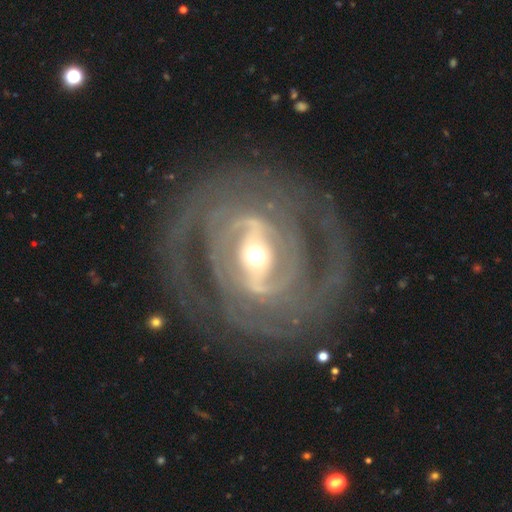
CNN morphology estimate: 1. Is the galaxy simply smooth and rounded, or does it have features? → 91% featured or disk, 4% star or artifact, 4% smooth.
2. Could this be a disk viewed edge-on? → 96% no, 4% yes.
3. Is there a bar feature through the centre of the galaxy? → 58% strong, 28% weak, 15% no.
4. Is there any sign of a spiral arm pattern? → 95% yes, 5% no.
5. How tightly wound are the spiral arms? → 57% tight, 32% medium, 11% loose.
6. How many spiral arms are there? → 45% 2, 19% can't tell, 13% 3, 8% 4, 8% more than 4, 7% 1.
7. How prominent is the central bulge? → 64% moderate, 23% small, 11% large, 1% dominant, 1% none.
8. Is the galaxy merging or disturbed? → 73% none, 13% major disturbance, 13% minor disturbance, 2% merger.